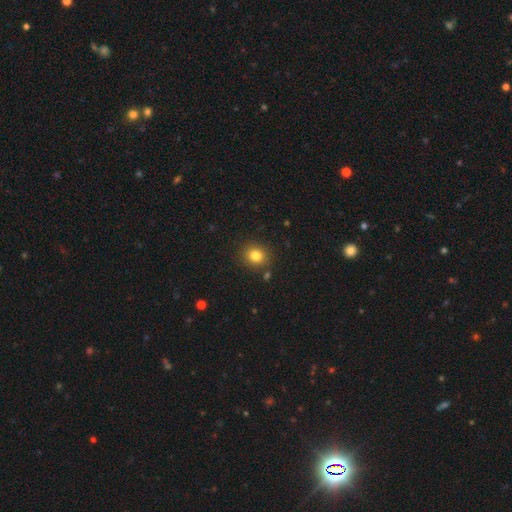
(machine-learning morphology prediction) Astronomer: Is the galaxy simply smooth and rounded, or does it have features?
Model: smooth — 81%.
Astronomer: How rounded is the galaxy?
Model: round — 78%.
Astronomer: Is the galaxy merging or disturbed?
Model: none — 87%.